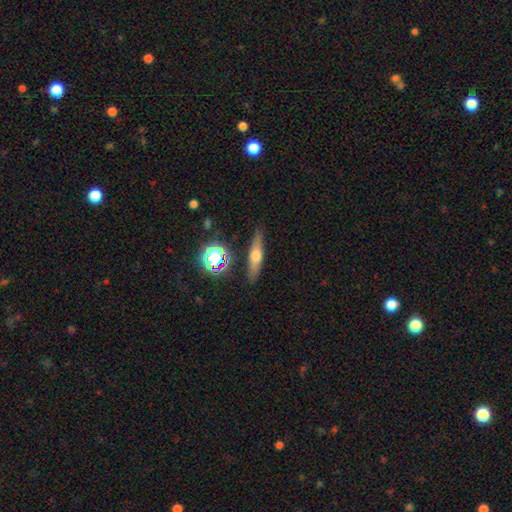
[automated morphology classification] smooth_or_featured: featured or disk (p=0.47) [alt: smooth p=0.43]
merging: none (p=0.87) [alt: minor disturbance p=0.09]